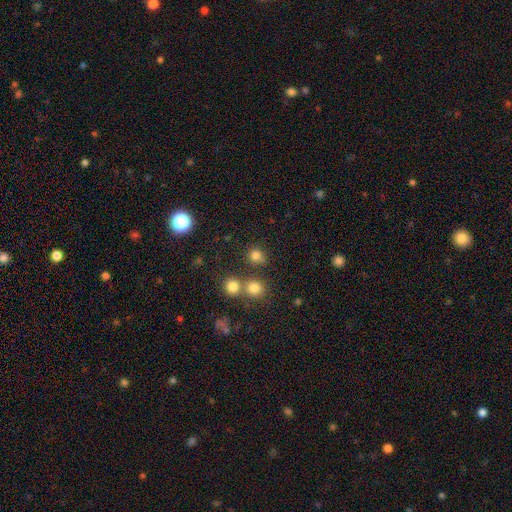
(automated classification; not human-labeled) Q: Smooth or featured?
A: smooth (78%); runner-up: star or artifact (16%)
Q: How rounded?
A: round (85%); runner-up: in between (14%)
Q: Merging?
A: none (69%); runner-up: merger (17%)